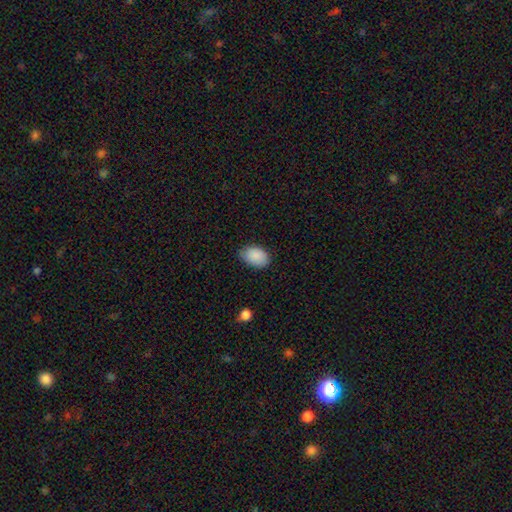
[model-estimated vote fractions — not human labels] This is clearly a smooth galaxy (89%). How rounded: clearly in between (88%). Merging: likely none (78%).